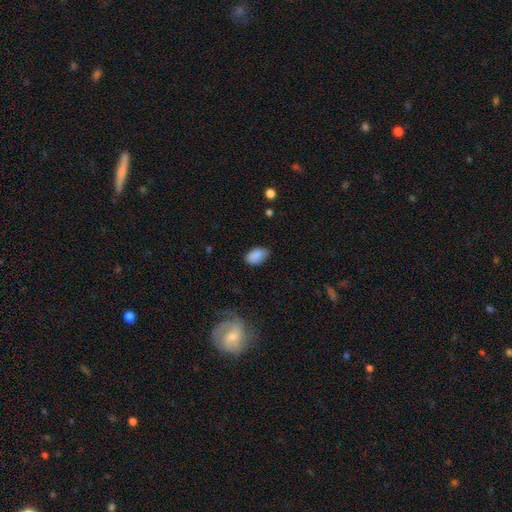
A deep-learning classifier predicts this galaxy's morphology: A smooth galaxy with no disk features (88%) that is in between round and cigar-shaped (92%).

Vote fractions:
- Smooth or featured? smooth: 88% / star or artifact: 7% / featured or disk: 4%
- How rounded? in between: 92% / round: 7% / cigar-shaped: 1%
- Merging? none: 77% / minor disturbance: 18% / major disturbance: 4% / merger: 1%